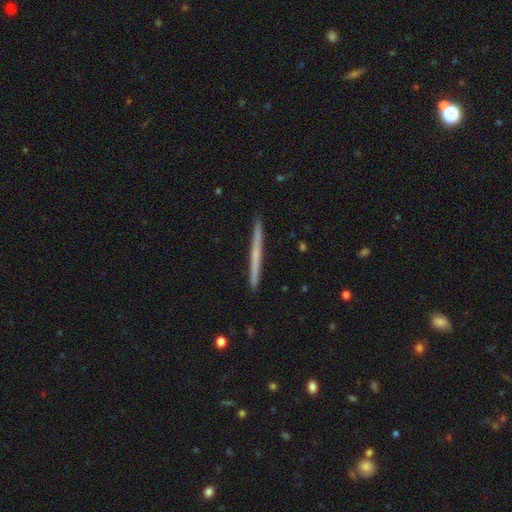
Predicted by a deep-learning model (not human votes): This is possibly a featured or disk galaxy (49%). Merging: clearly none (93%).